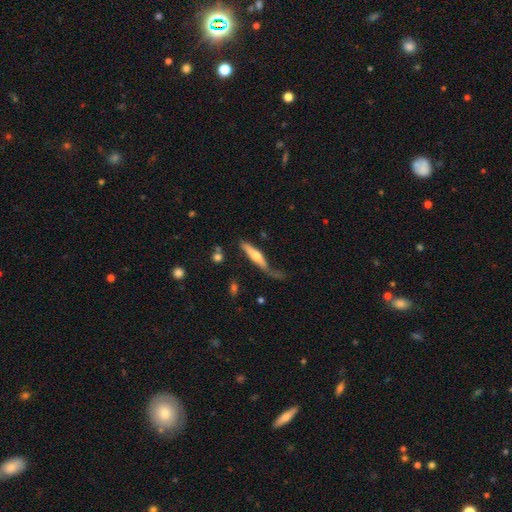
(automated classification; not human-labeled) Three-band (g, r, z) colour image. It shows a featured or disk galaxy (48%). Merging: none (42%).